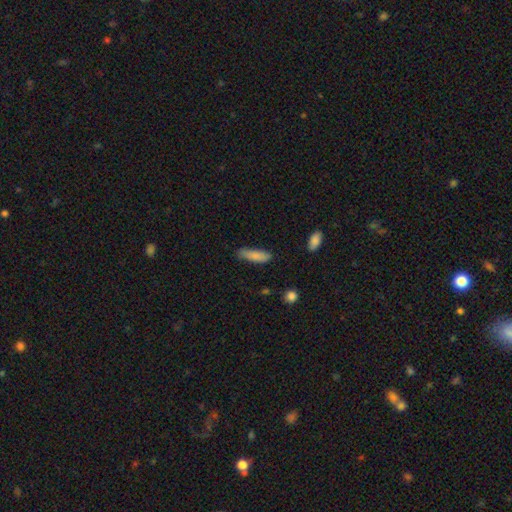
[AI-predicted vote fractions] A smooth galaxy with no disk features (85%) that is cigar-shaped (59%). Merging: none (74%).